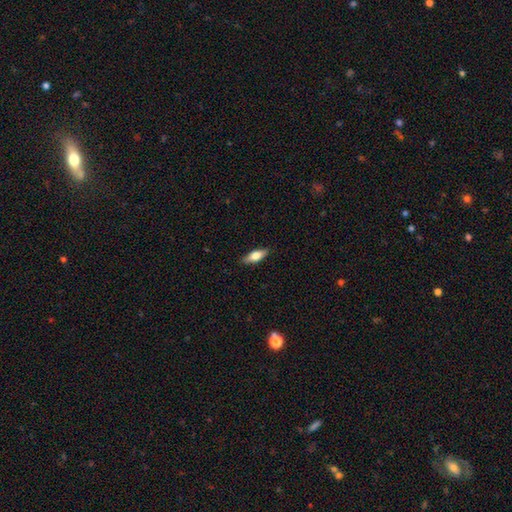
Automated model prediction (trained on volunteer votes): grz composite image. It shows a smooth galaxy with no disk features (65%) that is in between round and cigar-shaped (65%). Merging: none (87%).